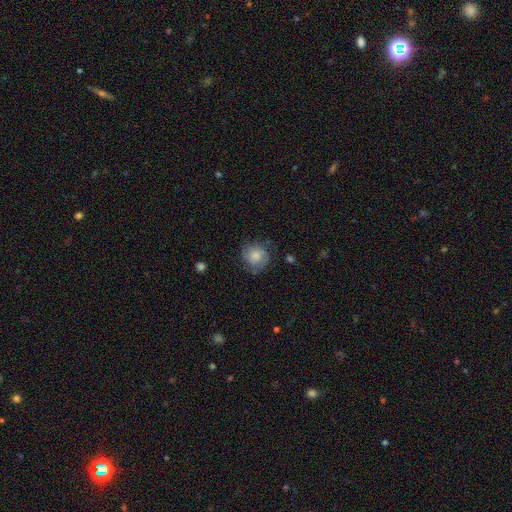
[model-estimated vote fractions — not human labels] This appears to be a smooth galaxy with no disk features (57%) that is round (84%). Merging: none (66%).